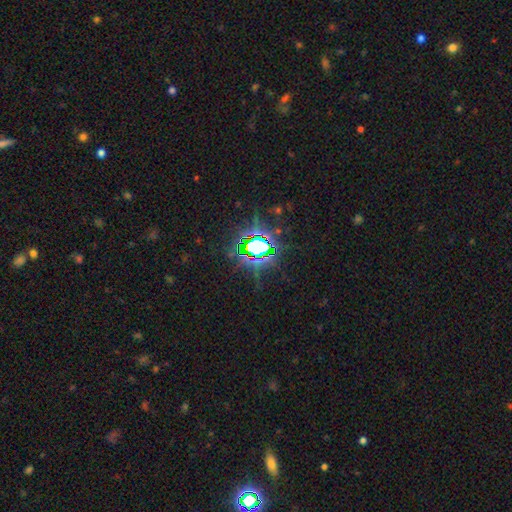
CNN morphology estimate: Smooth or featured? Predicted: star or artifact (p=0.83).